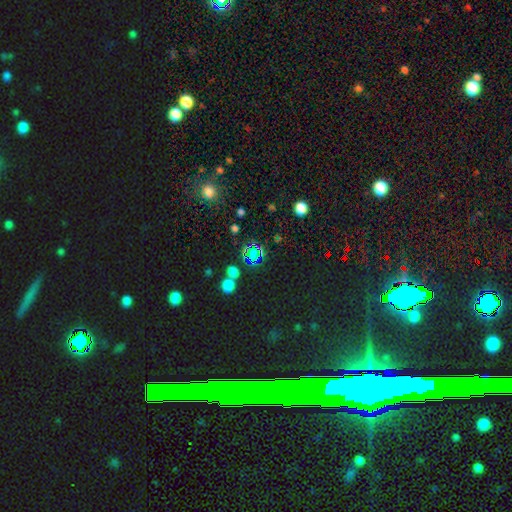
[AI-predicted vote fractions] A star or artifact, not a galaxy (62%).

Vote fractions:
- Smooth or featured? star or artifact: 62% / smooth: 29% / featured or disk: 9%